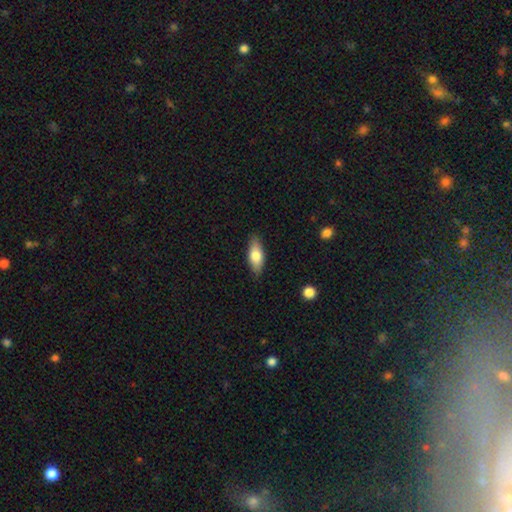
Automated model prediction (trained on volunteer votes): Q: Smooth or featured?
A: smooth (73%); runner-up: featured or disk (20%)
Q: How rounded?
A: in between (76%); runner-up: cigar-shaped (22%)
Q: Merging?
A: none (86%); runner-up: minor disturbance (11%)